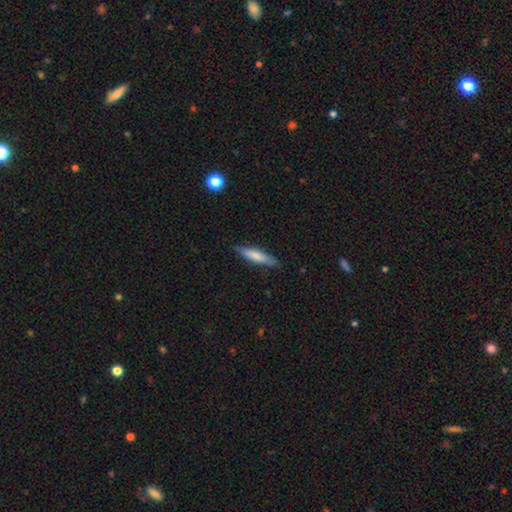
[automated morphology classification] Q: Smooth or featured?
A: smooth (70%); runner-up: featured or disk (24%)
Q: How rounded?
A: cigar-shaped (81%); runner-up: in between (18%)
Q: Merging?
A: none (81%); runner-up: minor disturbance (15%)